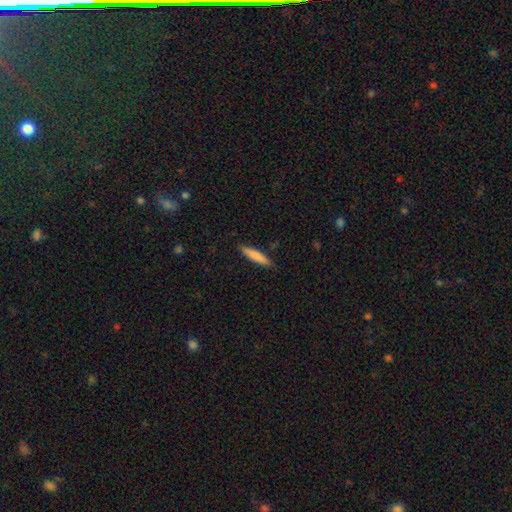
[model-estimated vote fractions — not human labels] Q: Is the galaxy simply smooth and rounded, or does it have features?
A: smooth — 78%.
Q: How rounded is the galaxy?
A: cigar-shaped — 84%.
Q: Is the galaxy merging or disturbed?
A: none — 87%.